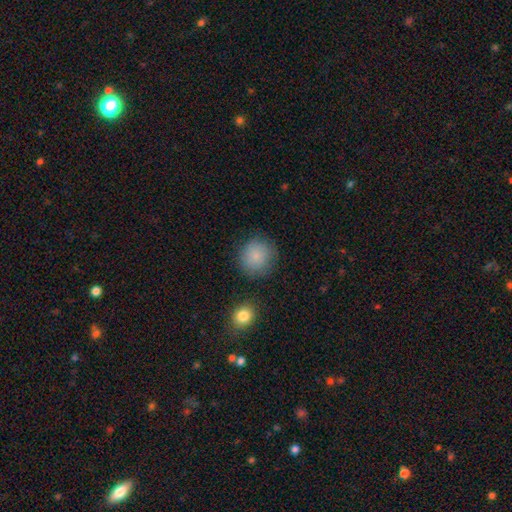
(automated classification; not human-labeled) A smooth galaxy with no disk features (85%) that is round (89%). Merging: none (82%).